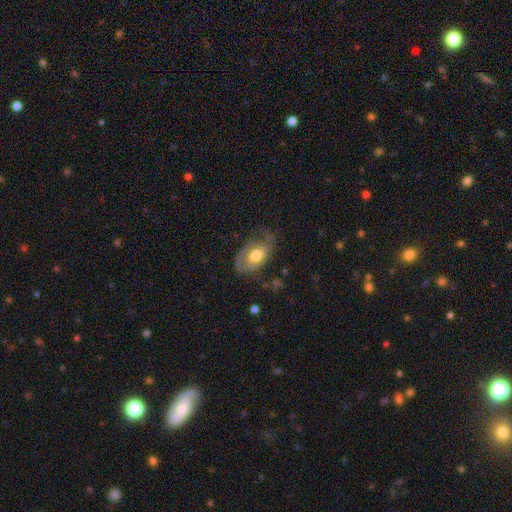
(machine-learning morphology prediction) smooth 54%, featured or disk 39%, star or artifact 7%. Down the decision tree: how rounded — in between (89%); merging — none (54%).